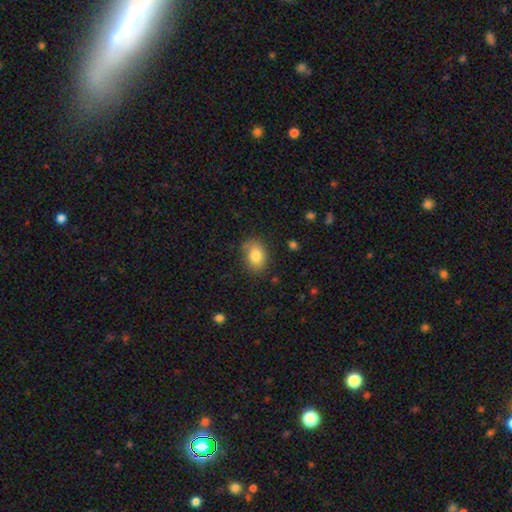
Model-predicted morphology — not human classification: Q: Smooth or featured?
A: smooth (82%); runner-up: featured or disk (10%)
Q: How rounded?
A: in between (75%); runner-up: round (23%)
Q: Merging?
A: none (75%); runner-up: minor disturbance (18%)